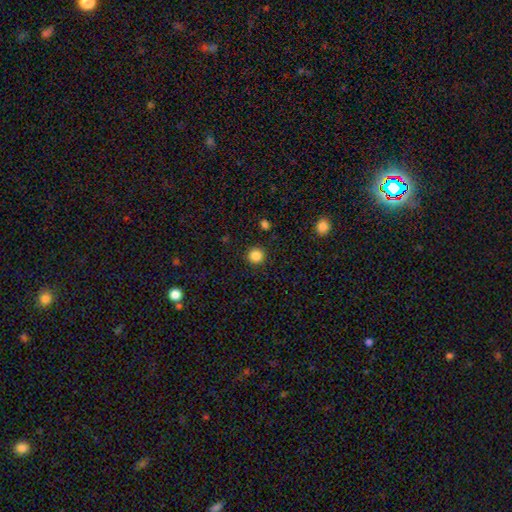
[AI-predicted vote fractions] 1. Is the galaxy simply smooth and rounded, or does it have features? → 86% smooth, 11% star or artifact, 3% featured or disk.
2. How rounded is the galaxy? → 94% round, 5% in between, 1% cigar-shaped.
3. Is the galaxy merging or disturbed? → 92% none, 5% minor disturbance, 2% major disturbance, 1% merger.